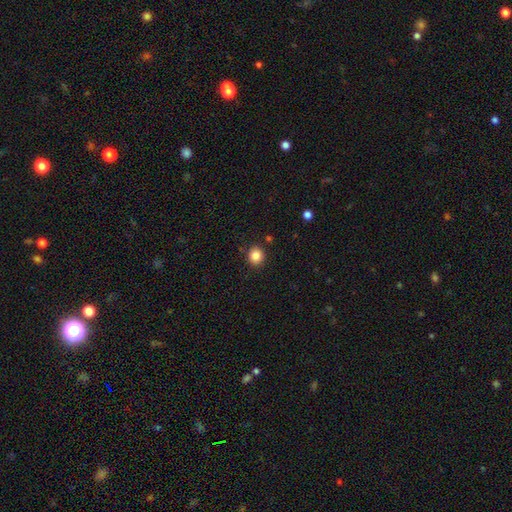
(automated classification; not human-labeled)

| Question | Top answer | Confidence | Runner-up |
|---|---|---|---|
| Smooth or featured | smooth | 85% | star or artifact (11%) |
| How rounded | round | 85% | in between (14%) |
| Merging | none | 90% | minor disturbance (6%) |